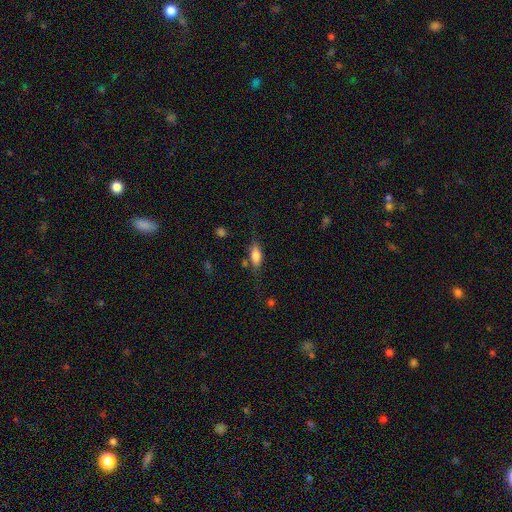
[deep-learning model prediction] Smooth or featured: smooth — 71% (featured or disk — 22%)
How rounded: in between — 74% (cigar-shaped — 22%)
Merging: none — 69% (minor disturbance — 20%)